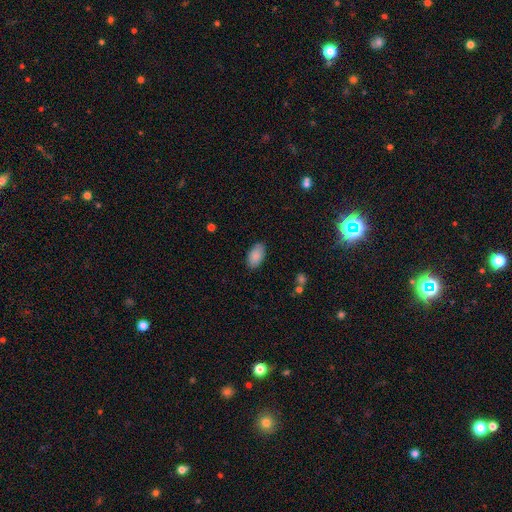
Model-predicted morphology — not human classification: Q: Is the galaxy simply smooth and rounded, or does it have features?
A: smooth — 88%.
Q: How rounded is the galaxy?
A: in between — 95%.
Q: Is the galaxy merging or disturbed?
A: none — 86%.